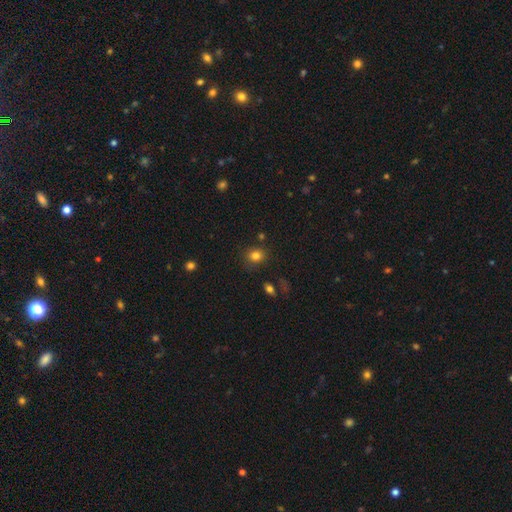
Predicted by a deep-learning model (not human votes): smooth_or_featured: smooth (p=0.81) [alt: star or artifact p=0.13]
how_rounded: round (p=0.71) [alt: in between p=0.28]
merging: none (p=0.81) [alt: minor disturbance p=0.12]